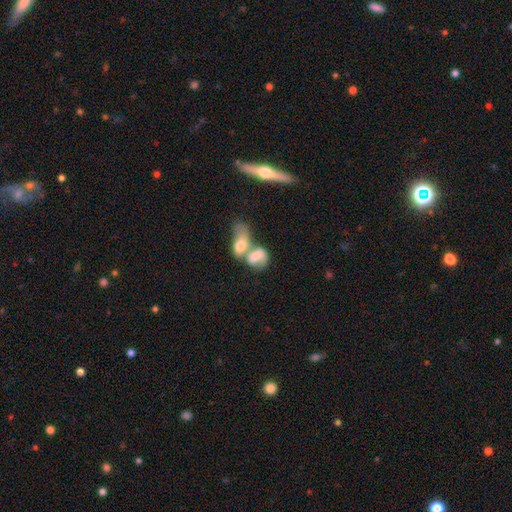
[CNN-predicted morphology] smooth-or-featured: smooth: 56% | featured or disk: 35% | star or artifact: 9%
  how-rounded: in between: 78% | round: 18% | cigar-shaped: 5%
  merging: merger: 75% | none: 11% | major disturbance: 8% | minor disturbance: 6%